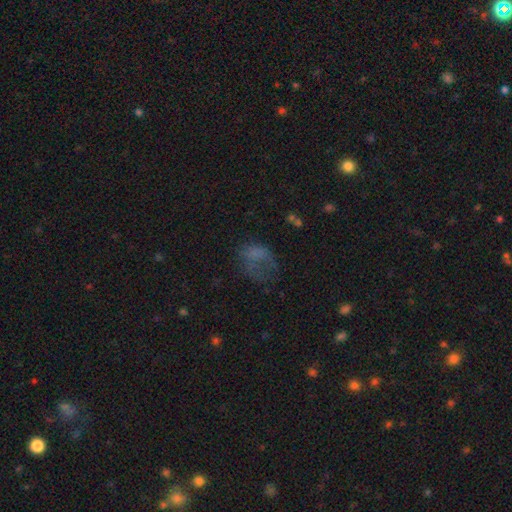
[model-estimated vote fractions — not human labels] The model was most divided on "merging": major disturbance: 48%, none: 28%, minor disturbance: 20%, merger: 4%. More confident: how rounded — in between (70%); smooth or featured — smooth (52%).